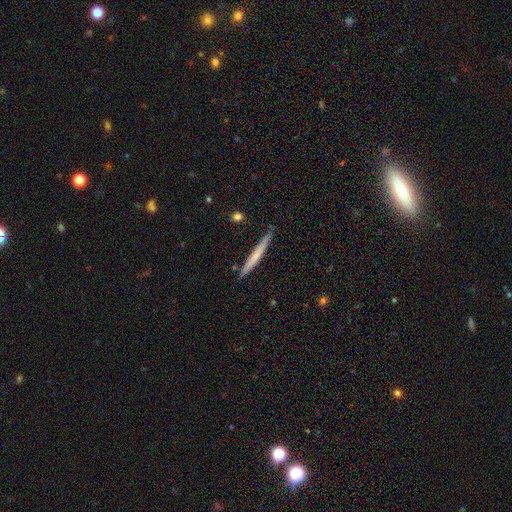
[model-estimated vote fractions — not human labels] Q: Smooth or featured?
A: smooth (55%); runner-up: featured or disk (40%)
Q: How rounded?
A: cigar-shaped (97%); runner-up: in between (2%)
Q: Merging?
A: none (87%); runner-up: minor disturbance (10%)